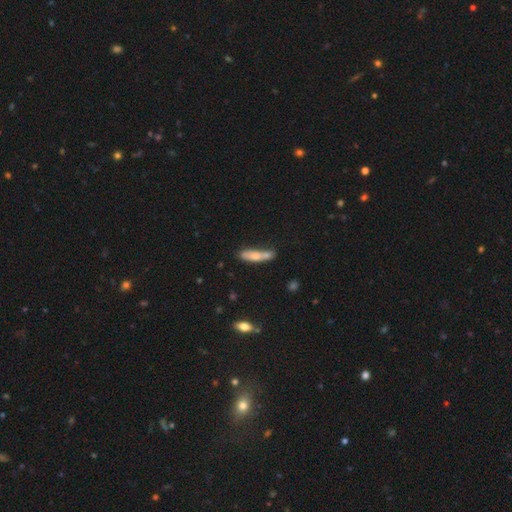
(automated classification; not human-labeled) Smooth or featured?
  - smooth: 70% *
  - featured or disk: 23%
  - star or artifact: 7%
How rounded?
  - cigar-shaped: 72% *
  - in between: 26%
  - round: 2%
Merging?
  - none: 49% *
  - merger: 24%
  - minor disturbance: 20%
  - major disturbance: 7%